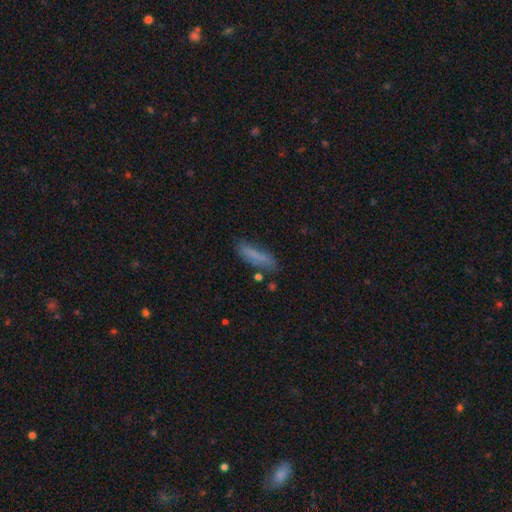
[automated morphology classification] This is likely a smooth galaxy (73%). How rounded: likely cigar-shaped (73%). Merging: likely none (67%).